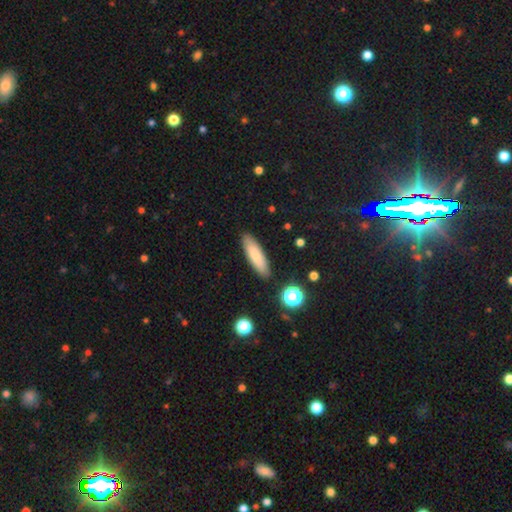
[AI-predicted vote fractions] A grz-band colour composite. It shows a smooth galaxy with no disk features (80%) that is cigar-shaped (65%). Merging: none (88%).